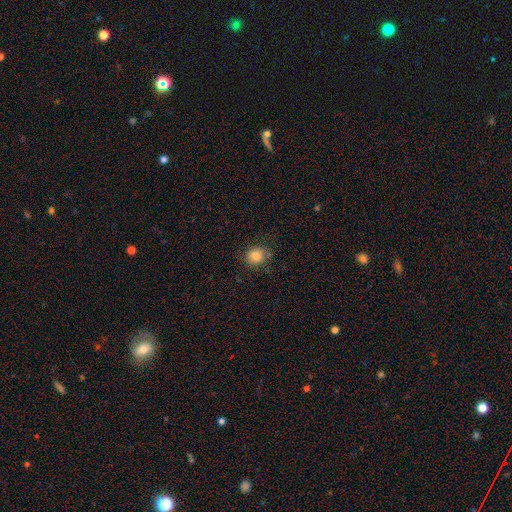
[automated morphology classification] A smooth galaxy with no disk features (85%) that is round (76%).

Vote fractions:
- Smooth or featured? smooth: 85% / star or artifact: 10% / featured or disk: 5%
- How rounded? round: 76% / in between: 23% / cigar-shaped: 1%
- Merging? none: 76% / minor disturbance: 17% / major disturbance: 5% / merger: 3%